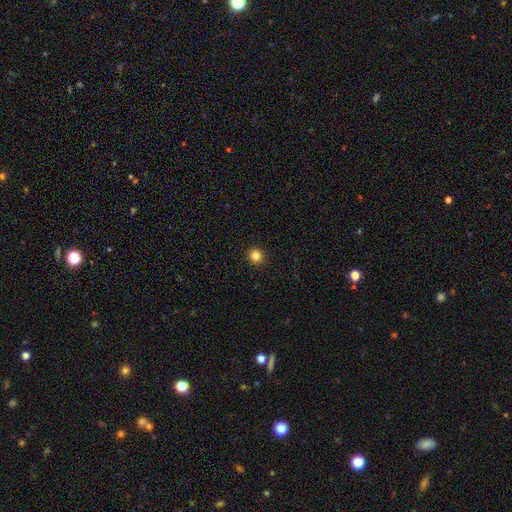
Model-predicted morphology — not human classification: This appears to be a smooth galaxy with no disk features (82%) that is round (94%). Merging: none (93%).